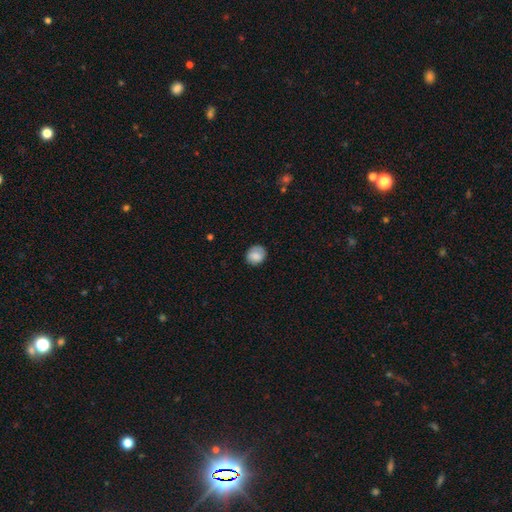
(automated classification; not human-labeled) Overall: smooth (83%). How rounded: round (79%). Merging: none (79%).